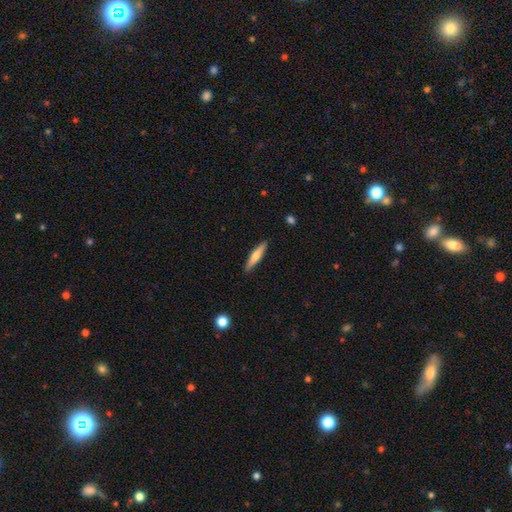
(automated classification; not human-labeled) Smooth or featured?
  - smooth: 58% *
  - featured or disk: 36%
  - star or artifact: 6%
How rounded?
  - cigar-shaped: 88% *
  - in between: 11%
  - round: 1%
Merging?
  - none: 90% *
  - minor disturbance: 8%
  - major disturbance: 2%
  - merger: 1%